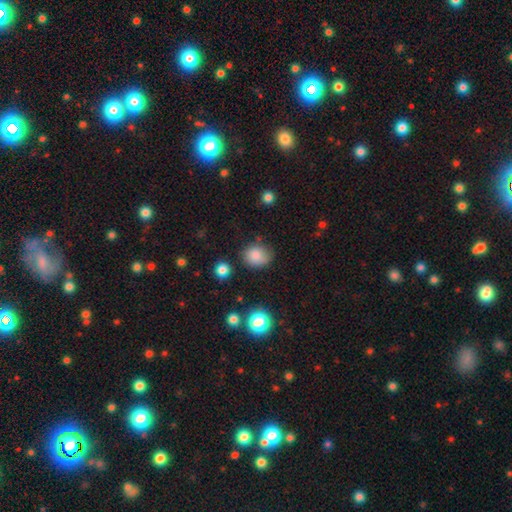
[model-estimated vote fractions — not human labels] Smooth or featured: smooth — 83% (star or artifact — 11%)
How rounded: round — 62% (in between — 38%)
Merging: none — 68% (minor disturbance — 22%)